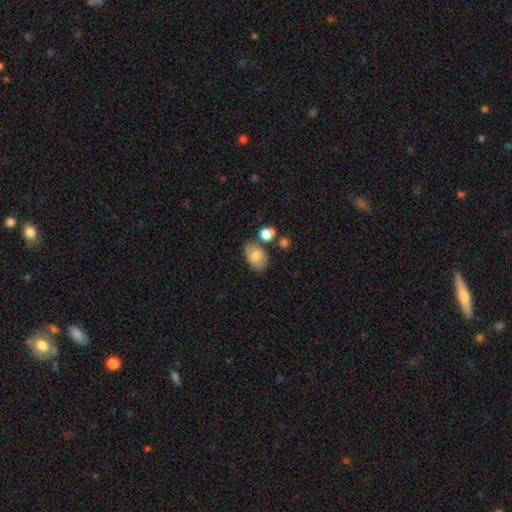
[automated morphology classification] The model was most divided on "merging": none: 66%, minor disturbance: 18%, merger: 11%, major disturbance: 5%. More confident: how rounded — in between (87%); smooth or featured — smooth (79%).